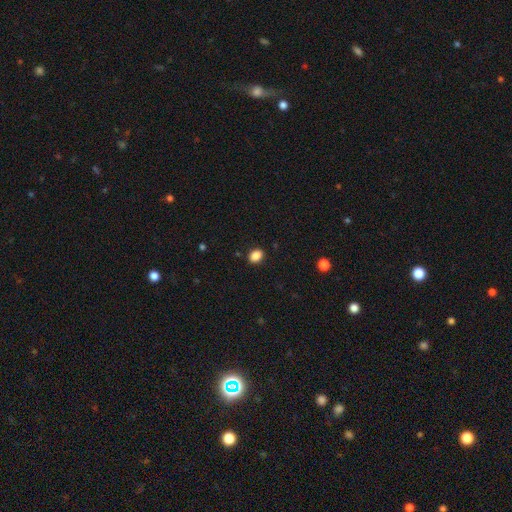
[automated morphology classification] A smooth galaxy with no disk features (87%) that is in between round and cigar-shaped (61%).

Vote fractions:
- Smooth or featured? smooth: 87% / star or artifact: 10% / featured or disk: 3%
- How rounded? in between: 61% / round: 38% / cigar-shaped: 1%
- Merging? none: 89% / minor disturbance: 7% / major disturbance: 2% / merger: 1%